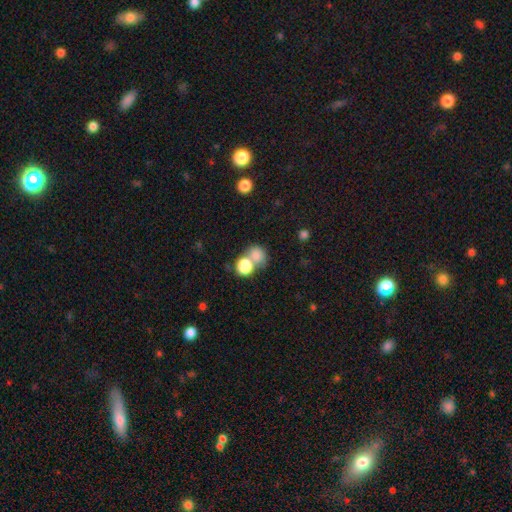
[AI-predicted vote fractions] Q: Smooth or featured?
A: smooth (80%); runner-up: star or artifact (11%)
Q: How rounded?
A: round (68%); runner-up: in between (31%)
Q: Merging?
A: merger (51%); runner-up: none (36%)